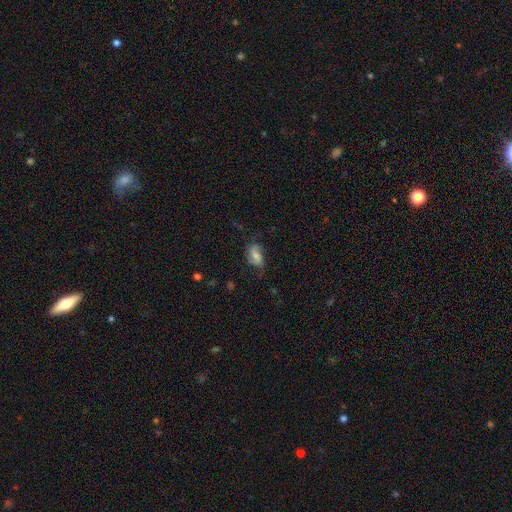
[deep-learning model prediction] Smooth or featured?
  - featured or disk: 52% *
  - smooth: 39%
  - star or artifact: 9%
Edge-on disk?
  - no: 95% *
  - yes: 5%
Merging?
  - none: 55% *
  - minor disturbance: 28%
  - major disturbance: 15%
  - merger: 2%